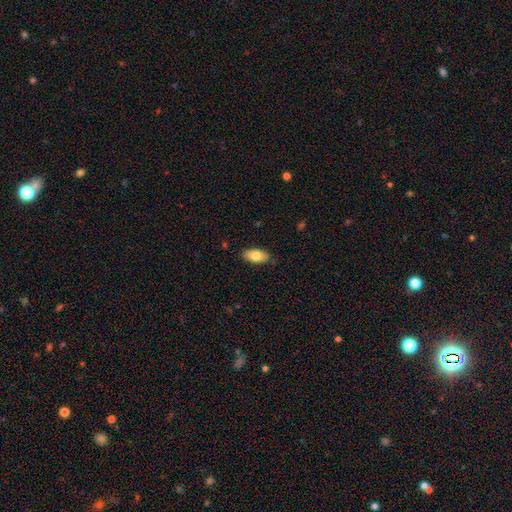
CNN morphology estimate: A smooth galaxy with no disk features (79%) that is in between round and cigar-shaped (92%). Merging: none (86%).